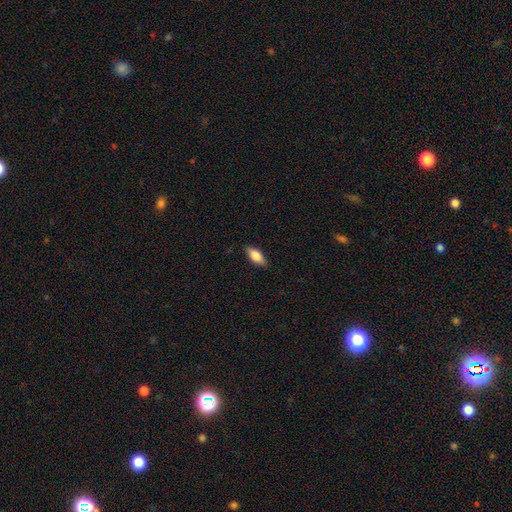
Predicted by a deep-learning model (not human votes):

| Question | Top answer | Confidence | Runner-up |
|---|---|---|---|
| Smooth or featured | smooth | 79% | featured or disk (15%) |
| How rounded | in between | 82% | cigar-shaped (15%) |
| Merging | none | 84% | minor disturbance (12%) |